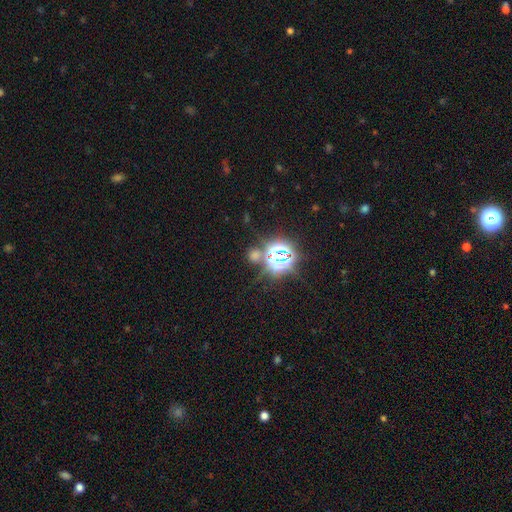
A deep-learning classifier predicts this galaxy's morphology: Overall: star or artifact (54%; smooth 39%).